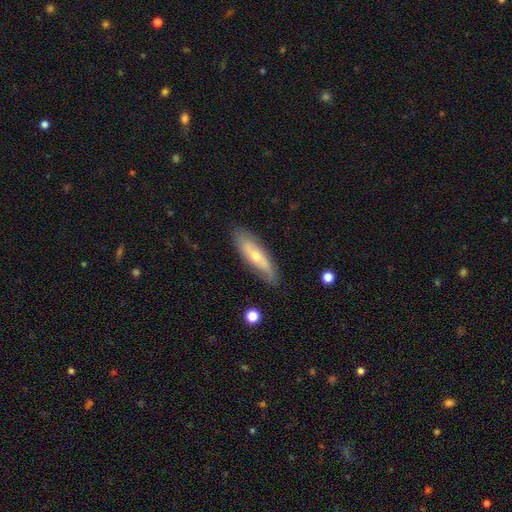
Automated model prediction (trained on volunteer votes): Smooth or featured?
  - featured or disk: 50% *
  - smooth: 44%
  - star or artifact: 6%
Merging?
  - none: 80% *
  - minor disturbance: 15%
  - major disturbance: 3%
  - merger: 1%